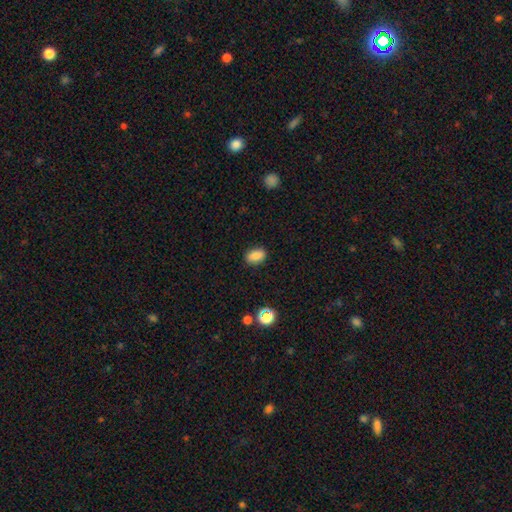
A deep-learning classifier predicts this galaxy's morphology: Overall: smooth (86%). How rounded: in between (84%). Merging: none (87%).